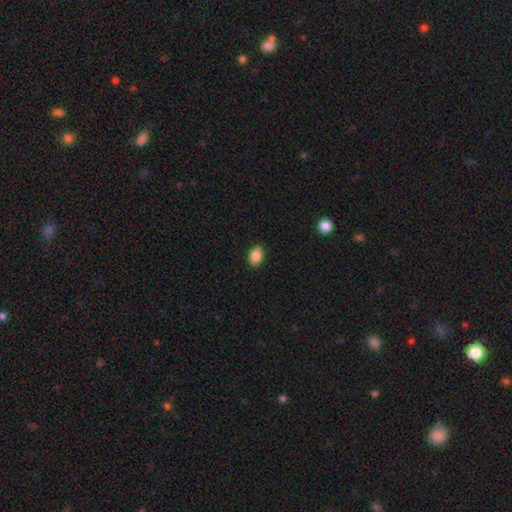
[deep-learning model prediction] This appears to be a smooth galaxy with no disk features (89%) that is in between round and cigar-shaped (81%). Merging: none (89%).